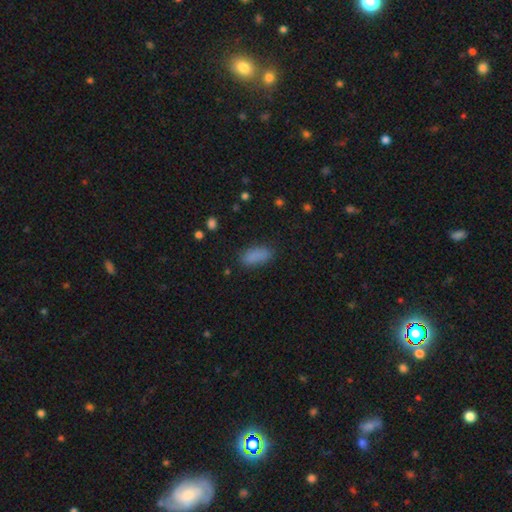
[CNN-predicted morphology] This is clearly a smooth galaxy (86%). How rounded: clearly in between (84%). Merging: likely none (80%).